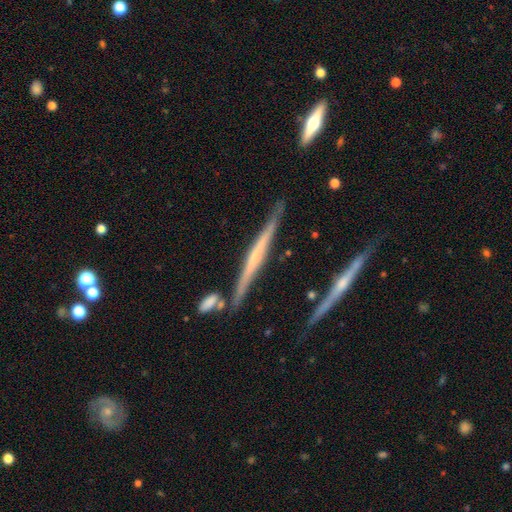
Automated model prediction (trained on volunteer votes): A featured or disk galaxy (69%) viewed edge-on (97%) with no central bulge (53%). Merging: none (81%).